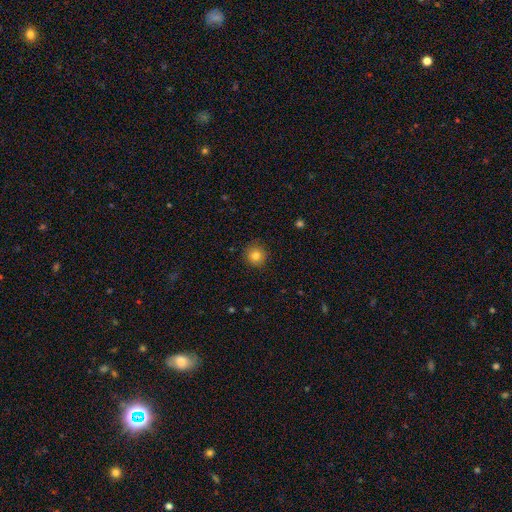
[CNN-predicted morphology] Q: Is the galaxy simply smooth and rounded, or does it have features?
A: smooth — 82%.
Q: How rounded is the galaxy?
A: round — 92%.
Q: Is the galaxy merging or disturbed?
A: none — 89%.